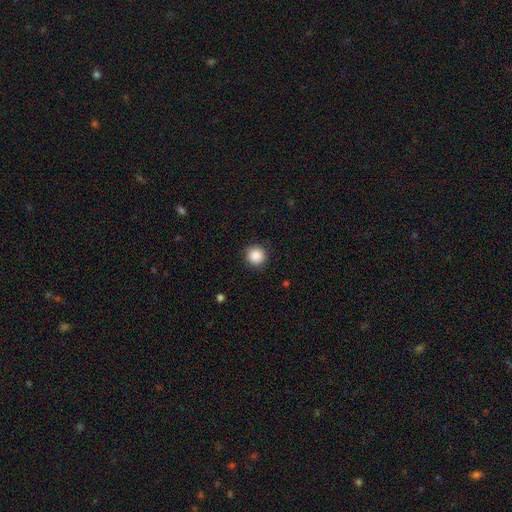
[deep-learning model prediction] A smooth galaxy with no disk features (88%) that is round (95%). Merging: none (90%).